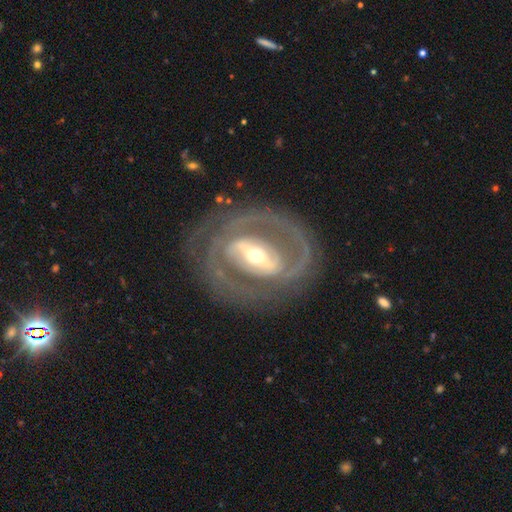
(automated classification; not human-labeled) The model was most divided on "spiral winding": medium: 43%, tight: 41%, loose: 17%. More confident: edge-on disk — no (95%); smooth or featured — featured or disk (87%); spiral arms — yes (83%); spiral arm count — 2 (76%); merging — none (72%); bar — strong (62%); bulge size — moderate (57%).